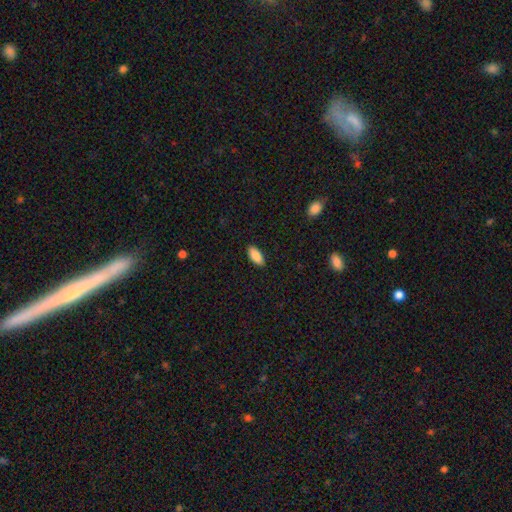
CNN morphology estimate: Smooth or featured? Predicted: smooth (p=0.88). How rounded? Predicted: in between (p=0.88). Merging? Predicted: none (p=0.89).